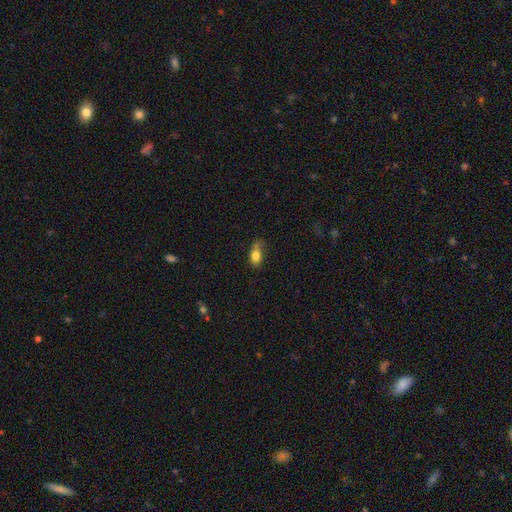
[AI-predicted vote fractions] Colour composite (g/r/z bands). It shows a smooth galaxy with no disk features (79%) that is in between round and cigar-shaped (78%). Merging: none (39%).